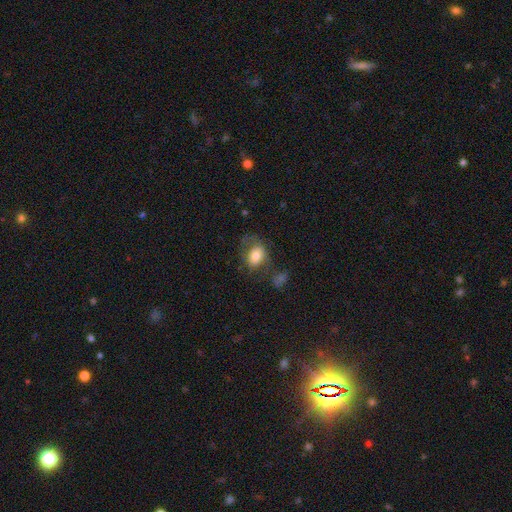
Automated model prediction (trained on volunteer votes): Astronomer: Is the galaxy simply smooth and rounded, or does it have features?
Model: smooth — 68%.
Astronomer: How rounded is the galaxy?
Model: in between — 65%.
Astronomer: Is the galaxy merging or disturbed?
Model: none — 47% (runner-up: major disturbance, 24%).